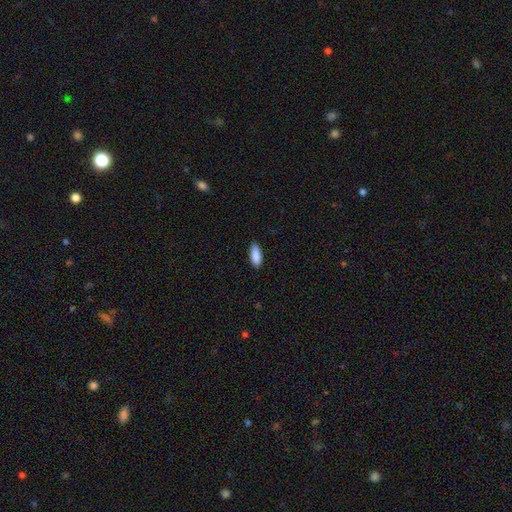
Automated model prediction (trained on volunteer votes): This is clearly a smooth galaxy (89%). How rounded: likely in between (72%). Merging: clearly none (86%).